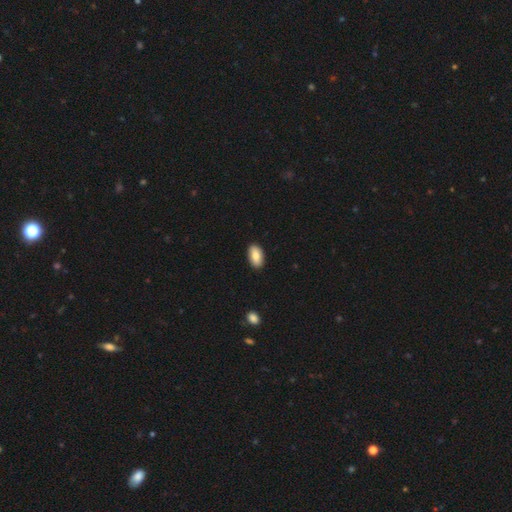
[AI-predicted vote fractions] Overall: smooth (82%). How rounded: in between (93%). Merging: none (90%).